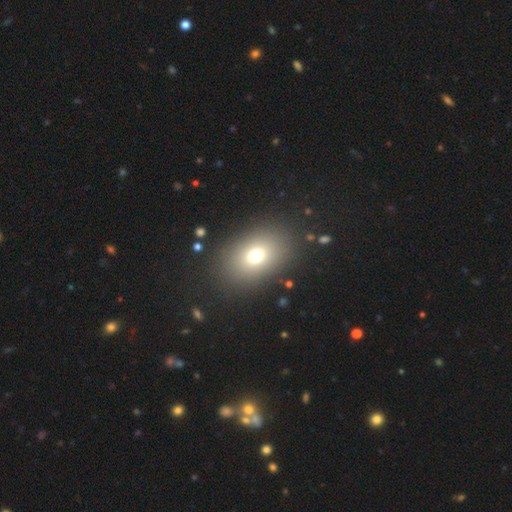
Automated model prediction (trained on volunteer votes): Smooth or featured? smooth (71%)
How rounded? in between (70%)
Merging? none (88%)